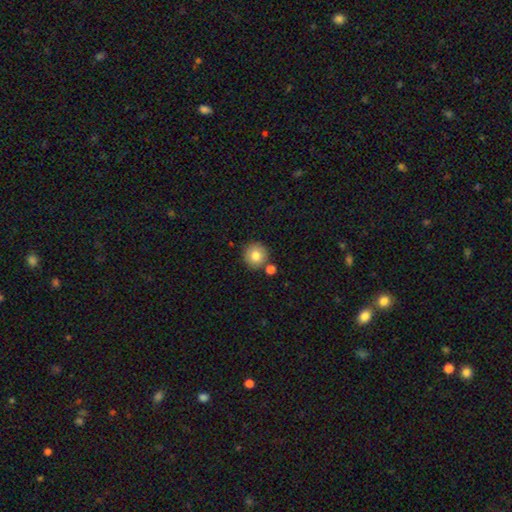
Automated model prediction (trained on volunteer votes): smooth-or-featured: smooth: 80% | featured or disk: 10% | star or artifact: 9%
  how-rounded: round: 94% | in between: 5% | cigar-shaped: 1%
  merging: none: 79% | merger: 11% | minor disturbance: 8% | major disturbance: 2%